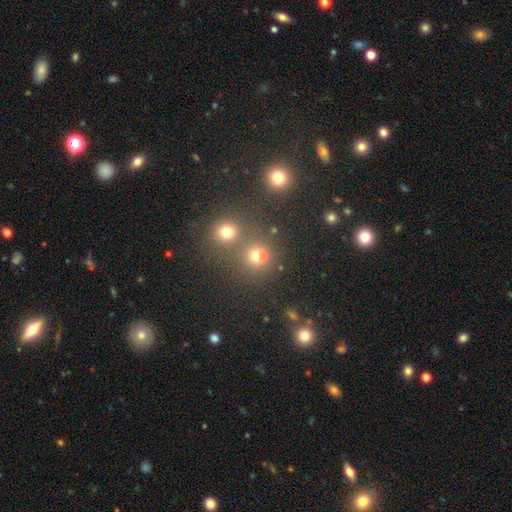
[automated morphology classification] smooth 68%, star or artifact 23%, featured or disk 9%. Down the decision tree: how rounded — round (83%); merging — none (57%).